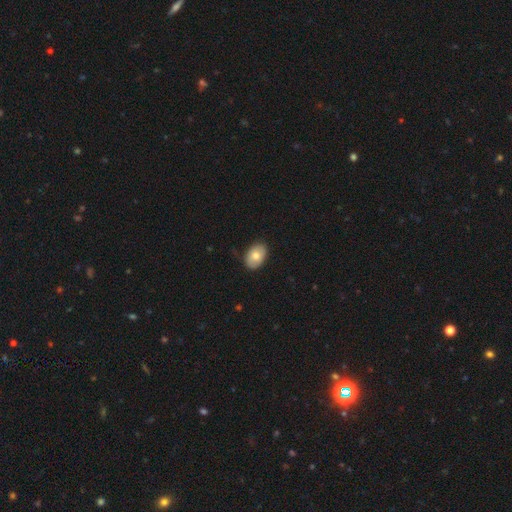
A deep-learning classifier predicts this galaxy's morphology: Overall: smooth (79%). How rounded: in between (87%). Merging: none (85%).